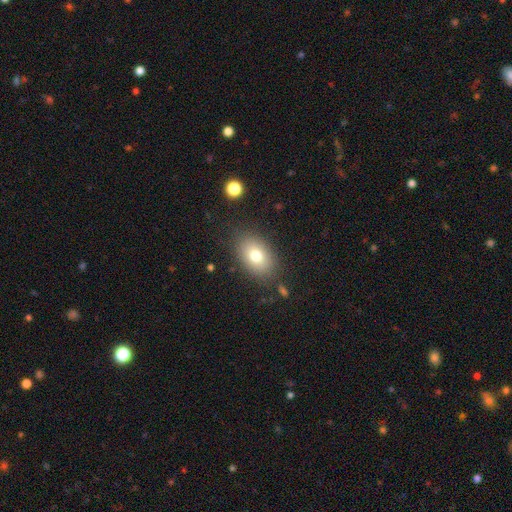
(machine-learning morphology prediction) smooth_or_featured: smooth (p=0.77) [alt: featured or disk p=0.14]
how_rounded: in between (p=0.84) [alt: round p=0.15]
merging: none (p=0.82) [alt: minor disturbance p=0.12]